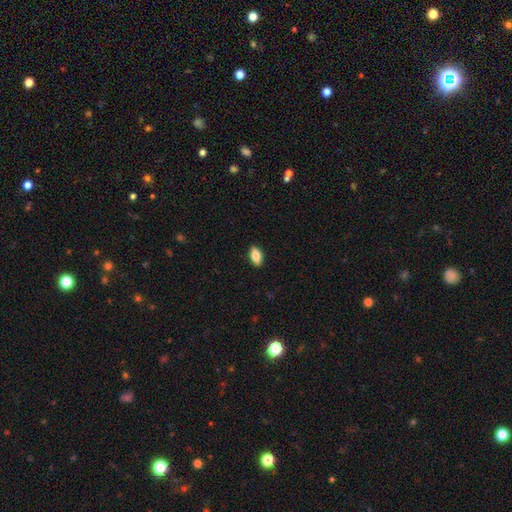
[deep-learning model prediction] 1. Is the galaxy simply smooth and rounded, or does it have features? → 81% smooth, 12% featured or disk, 7% star or artifact.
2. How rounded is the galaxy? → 89% in between, 8% cigar-shaped, 3% round.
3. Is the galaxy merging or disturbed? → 90% none, 8% minor disturbance, 2% major disturbance, 1% merger.